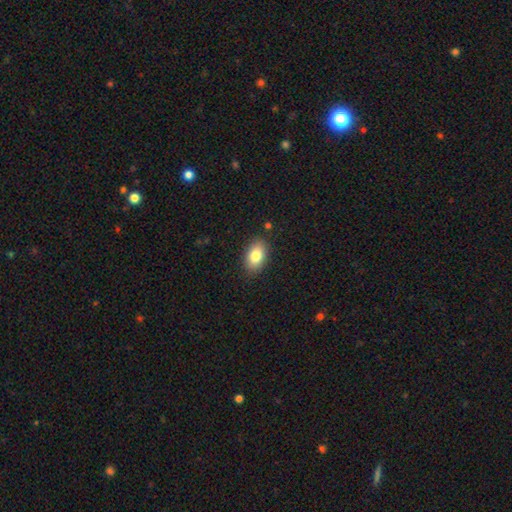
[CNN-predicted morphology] smooth_or_featured: smooth (p=0.82) [alt: featured or disk p=0.10]
how_rounded: in between (p=0.89) [alt: round p=0.10]
merging: none (p=0.87) [alt: minor disturbance p=0.09]